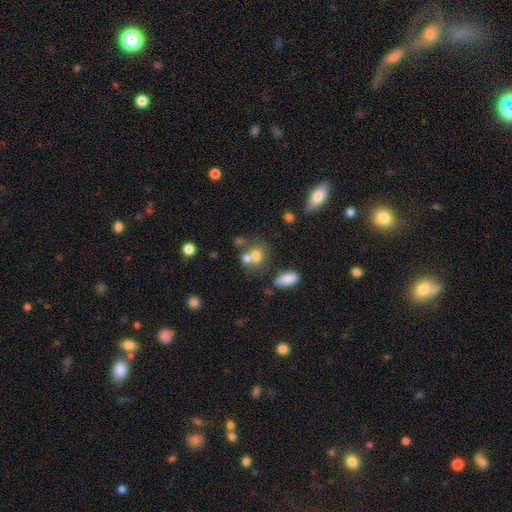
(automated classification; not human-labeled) Morphology: type=smooth (69%); roundness=round (53%); merging=merger (49%).